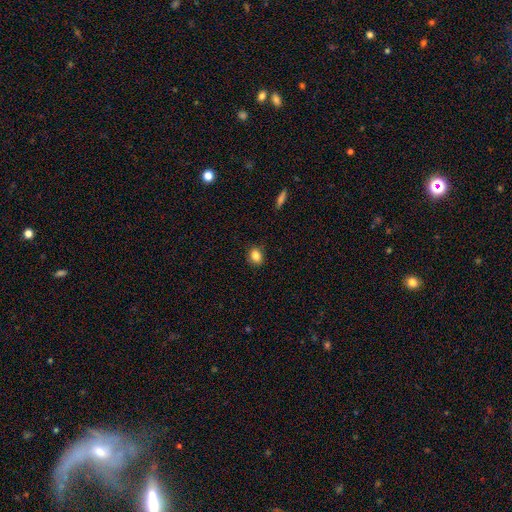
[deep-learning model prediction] Smooth or featured? smooth (85%)
How rounded? in between (51%)
Merging? none (86%)